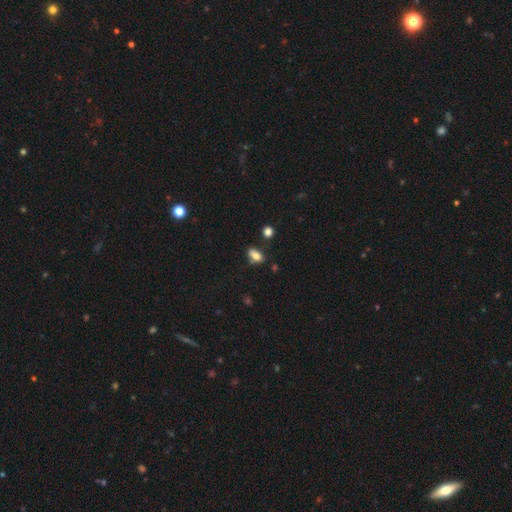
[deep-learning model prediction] Morphology: type=smooth (72%); roundness=in between (78%); merging=none (50%).